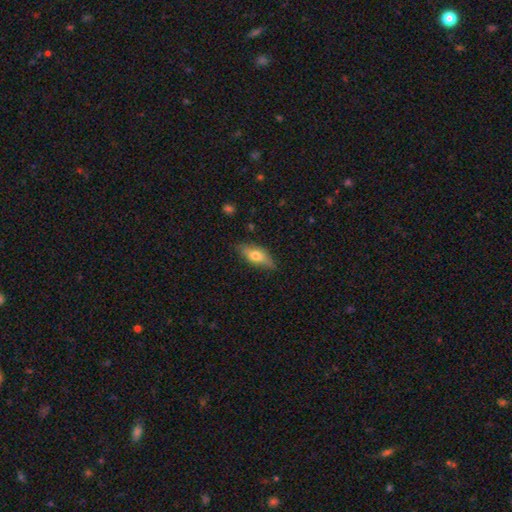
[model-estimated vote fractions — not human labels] This appears to be a smooth galaxy with no disk features (62%) that is in between round and cigar-shaped (69%). Merging: none (80%).